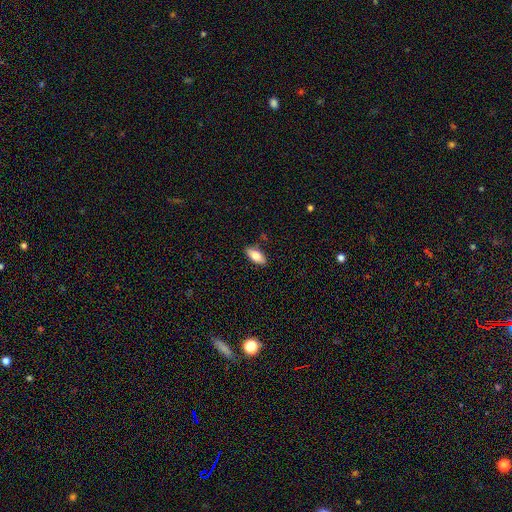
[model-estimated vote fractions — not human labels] The model was most divided on "smooth or featured": smooth: 74%, featured or disk: 20%, star or artifact: 7%. More confident: merging — none (85%); how rounded — in between (83%).